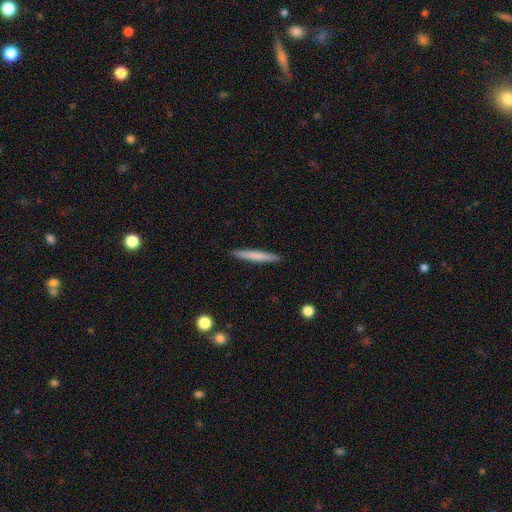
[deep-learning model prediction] The model was most divided on "smooth or featured": smooth: 71%, featured or disk: 23%, star or artifact: 5%. More confident: how rounded — cigar-shaped (96%); merging — none (92%).